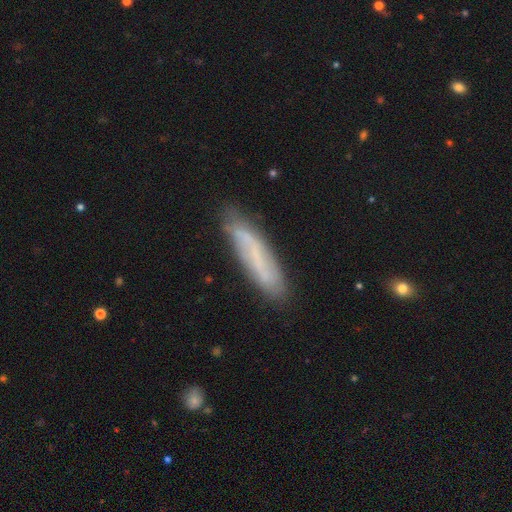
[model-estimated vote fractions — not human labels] The model was most divided on "smooth or featured": featured or disk: 48%, smooth: 43%, star or artifact: 8%. More confident: merging — none (76%).